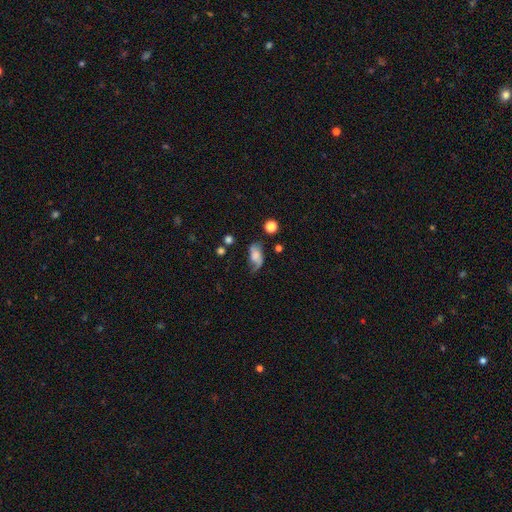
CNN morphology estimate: Overall: smooth (47%; featured or disk 42%). Merging: none (44%; minor disturbance 31%).